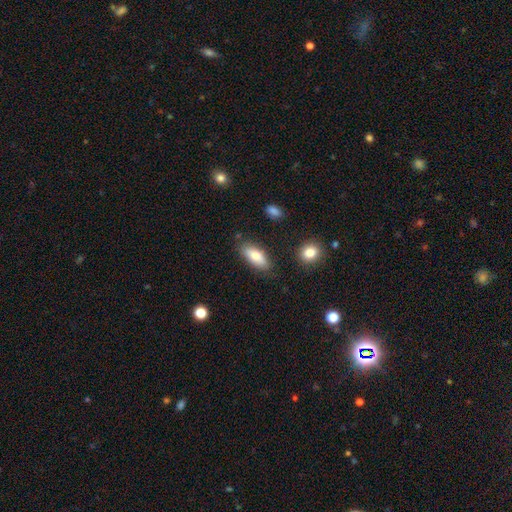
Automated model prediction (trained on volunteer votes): Smooth or featured? smooth (79%)
How rounded? in between (77%)
Merging? none (80%)